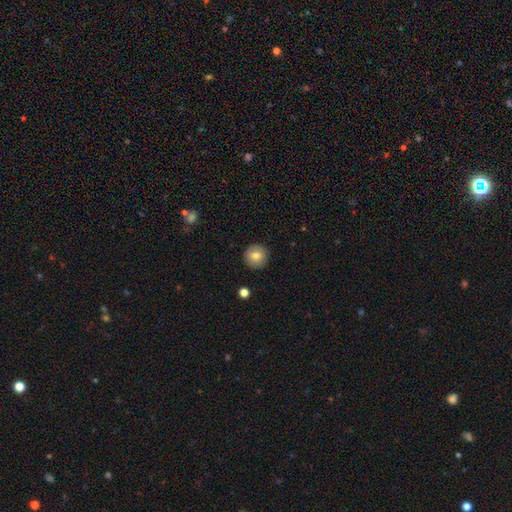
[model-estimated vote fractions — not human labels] This is likely a smooth galaxy (79%). How rounded: clearly round (96%). Merging: clearly none (92%).